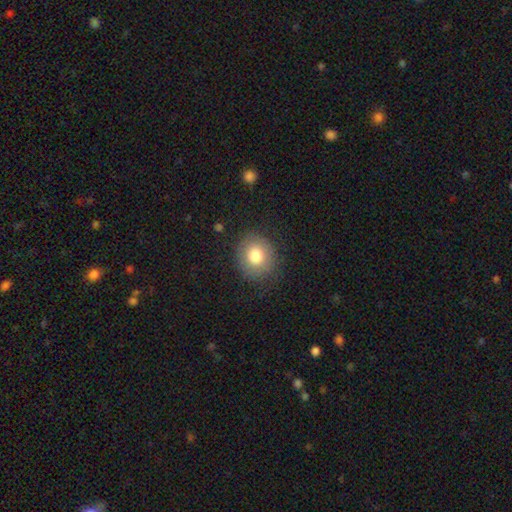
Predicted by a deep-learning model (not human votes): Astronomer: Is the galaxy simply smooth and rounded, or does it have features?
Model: smooth — 78%.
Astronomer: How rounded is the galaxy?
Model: round — 82%.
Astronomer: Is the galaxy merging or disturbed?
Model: none — 84%.